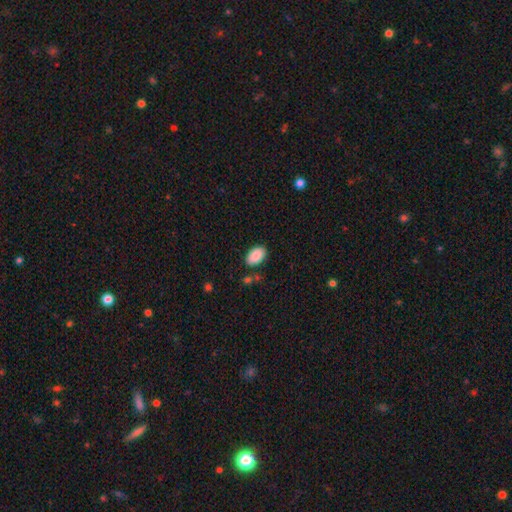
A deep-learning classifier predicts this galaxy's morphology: Smooth or featured?
  - smooth: 90% *
  - star or artifact: 7%
  - featured or disk: 3%
How rounded?
  - in between: 94% *
  - round: 5%
  - cigar-shaped: 1%
Merging?
  - none: 82% *
  - minor disturbance: 11%
  - merger: 4%
  - major disturbance: 3%